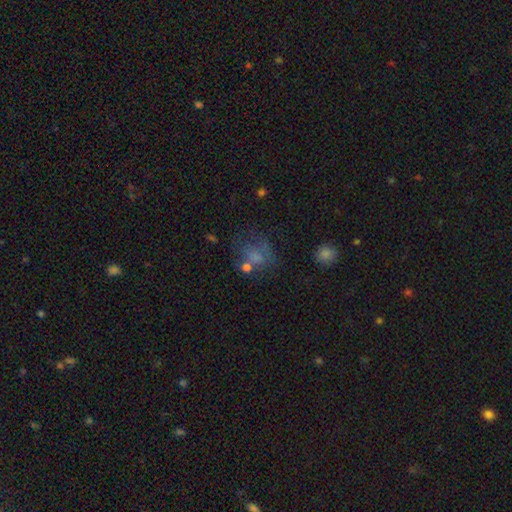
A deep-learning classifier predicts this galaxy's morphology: The model was most divided on "merging": none: 41%, major disturbance: 24%, minor disturbance: 20%, merger: 15%. More confident: how rounded — round (60%); smooth or featured — smooth (59%).